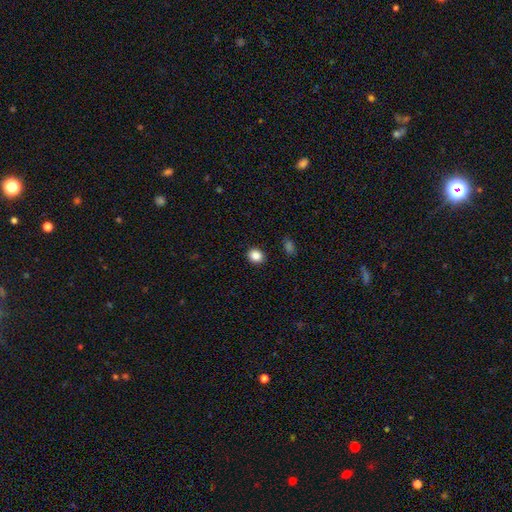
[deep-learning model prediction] Smooth or featured? smooth (87%)
How rounded? round (70%)
Merging? none (91%)